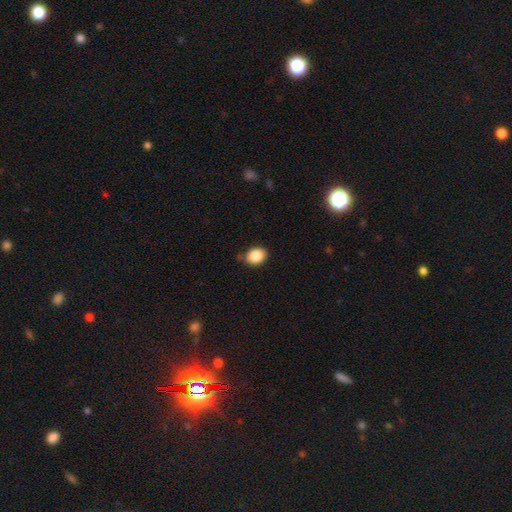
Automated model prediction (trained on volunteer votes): smooth 87%, star or artifact 8%, featured or disk 4%. Down the decision tree: how rounded — in between (55%); merging — none (74%).